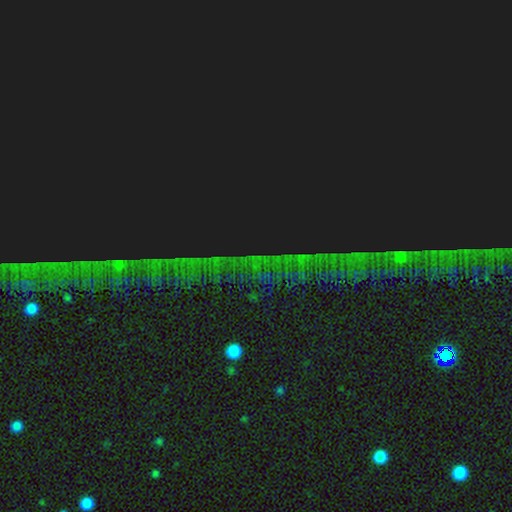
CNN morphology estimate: Overall: star or artifact (86%).